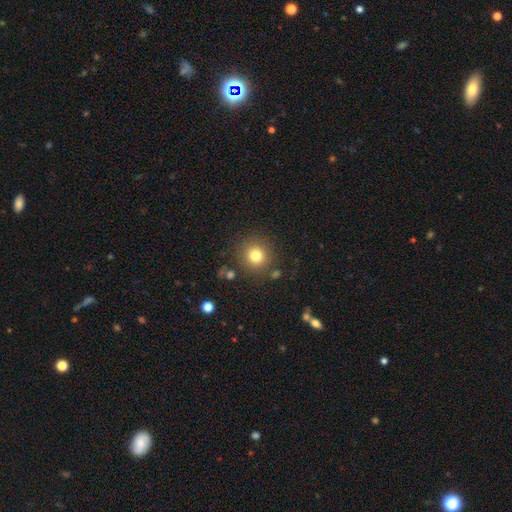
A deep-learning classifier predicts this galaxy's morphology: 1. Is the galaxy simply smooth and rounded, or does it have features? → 79% smooth, 13% star or artifact, 8% featured or disk.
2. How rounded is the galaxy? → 92% round, 7% in between, 1% cigar-shaped.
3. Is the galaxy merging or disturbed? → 84% none, 8% minor disturbance, 4% major disturbance, 4% merger.